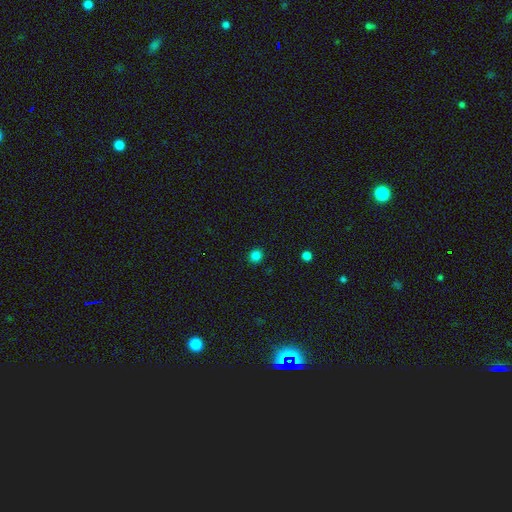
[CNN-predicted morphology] Smooth or featured? smooth (83%)
How rounded? round (90%)
Merging? none (91%)